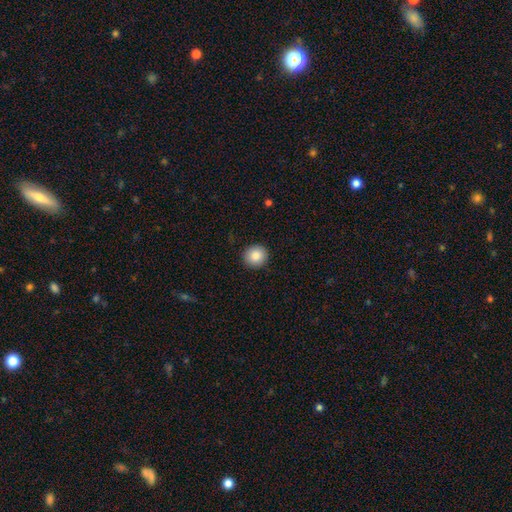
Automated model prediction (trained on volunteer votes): Morphology: type=smooth (86%); roundness=round (93%); merging=none (92%).